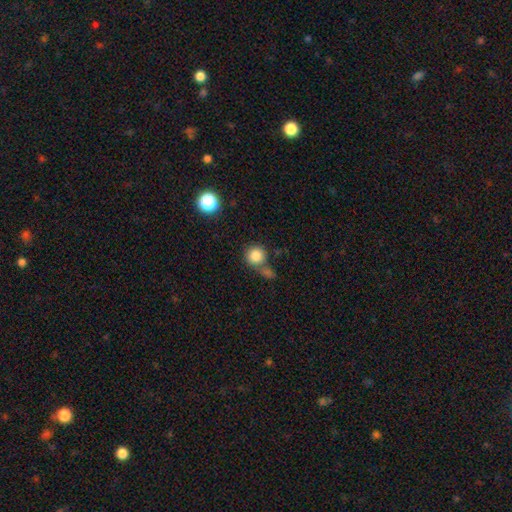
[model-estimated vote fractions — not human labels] A smooth galaxy with no disk features (84%) that is round (92%). Merging: none (57%).